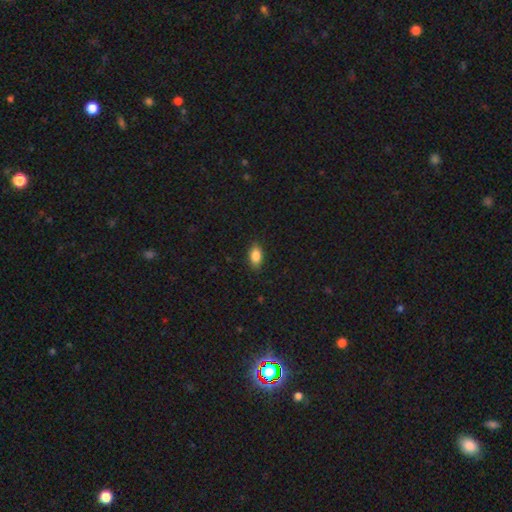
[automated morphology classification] Smooth or featured: smooth — 86% (star or artifact — 8%)
How rounded: in between — 88% (round — 8%)
Merging: none — 86% (minor disturbance — 11%)